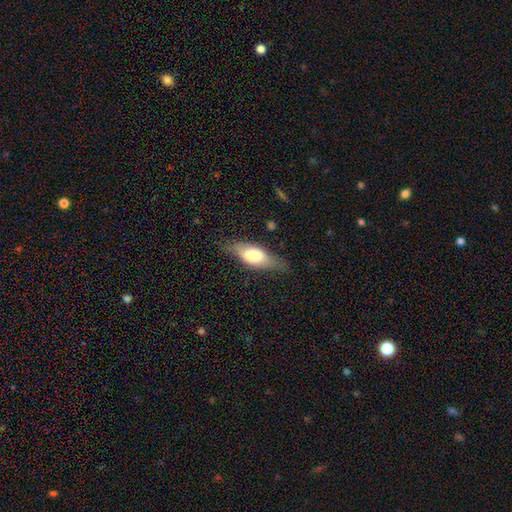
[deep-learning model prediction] A smooth galaxy with no disk features (55%) that is in between round and cigar-shaped (68%).

Vote fractions:
- Smooth or featured? smooth: 55% / featured or disk: 39% / star or artifact: 7%
- How rounded? in between: 68% / cigar-shaped: 28% / round: 4%
- Merging? none: 73% / minor disturbance: 20% / major disturbance: 6% / merger: 2%